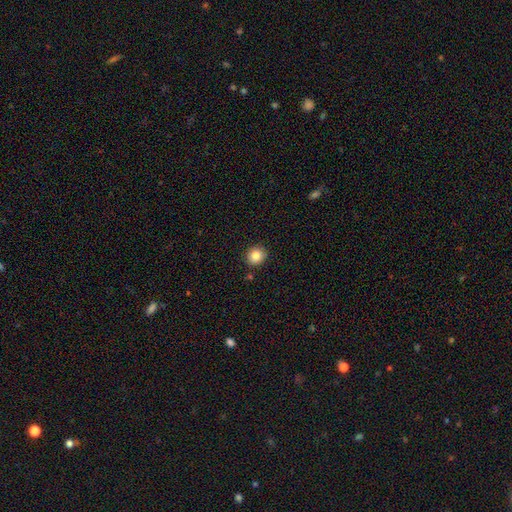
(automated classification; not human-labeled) Smooth or featured? Predicted: smooth (p=0.84). How rounded? Predicted: round (p=0.84). Merging? Predicted: none (p=0.88).